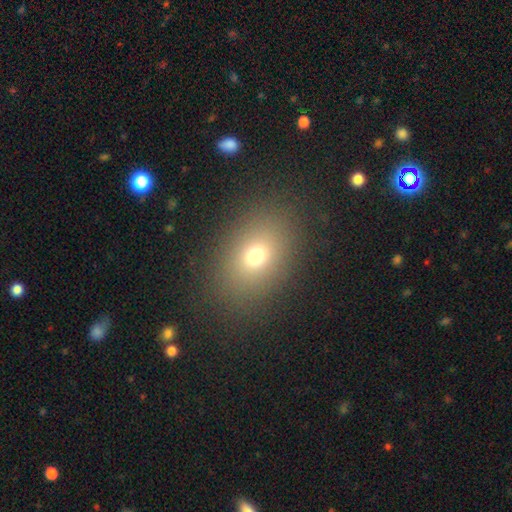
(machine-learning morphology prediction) Smooth or featured? smooth (71%)
How rounded? in between (68%)
Merging? none (84%)